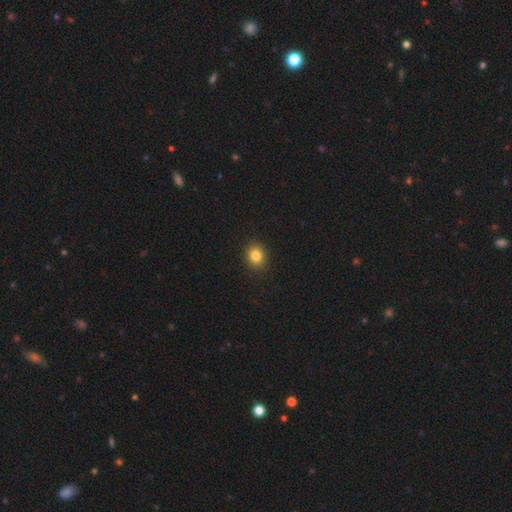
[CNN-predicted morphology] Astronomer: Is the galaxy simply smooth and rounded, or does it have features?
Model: smooth — 83%.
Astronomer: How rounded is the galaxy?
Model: round — 64%.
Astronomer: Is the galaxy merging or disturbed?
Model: none — 91%.